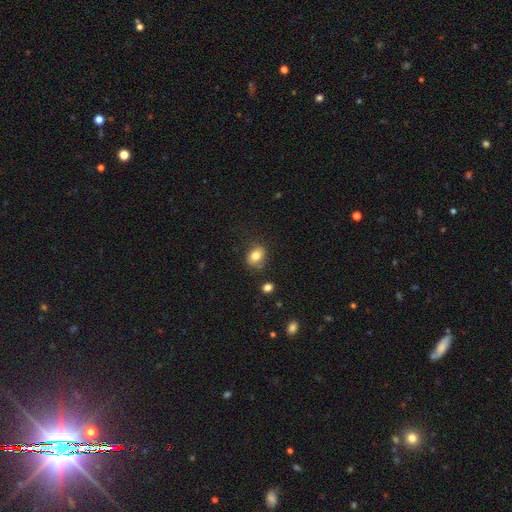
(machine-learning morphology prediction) type=smooth (80%); roundness=in between (59%); merging=none (73%).